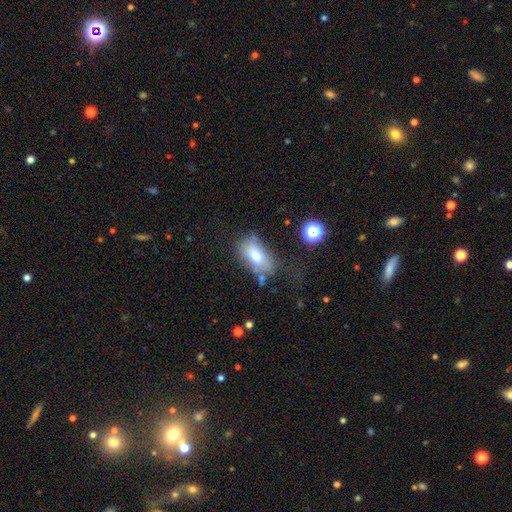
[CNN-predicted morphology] smooth_or_featured: smooth (p=0.71) [alt: featured or disk p=0.19]
how_rounded: in between (p=0.88) [alt: round p=0.08]
merging: none (p=0.51) [alt: minor disturbance p=0.27]